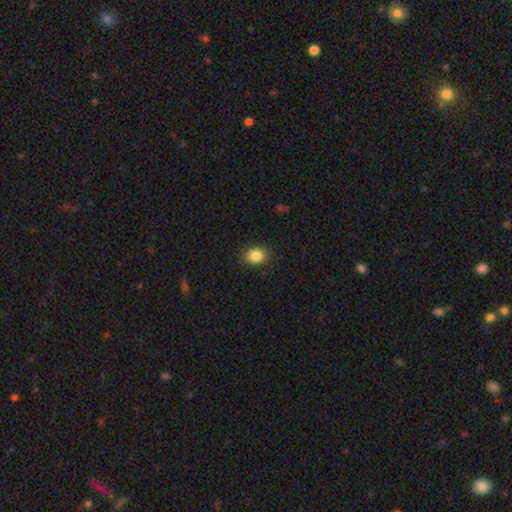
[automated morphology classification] smooth 86%, star or artifact 9%, featured or disk 5%. Down the decision tree: how rounded — in between (55%); merging — none (87%).